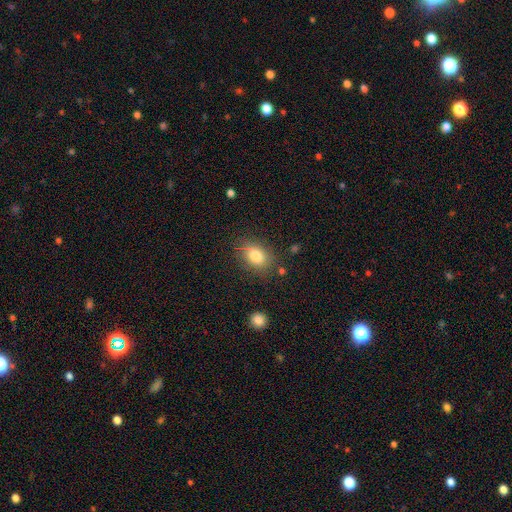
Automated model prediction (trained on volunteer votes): The model was most divided on "how rounded": in between: 71%, round: 28%, cigar-shaped: 1%. More confident: smooth or featured — smooth (81%); merging — none (79%).